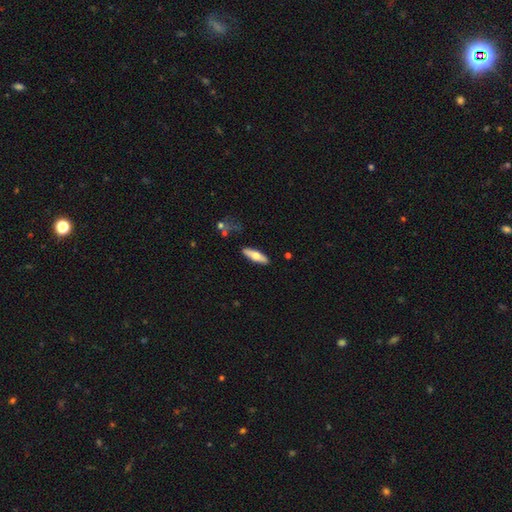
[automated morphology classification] The model was most divided on "how rounded": cigar-shaped: 56%, in between: 41%, round: 2%. More confident: merging — none (86%); smooth or featured — smooth (57%).